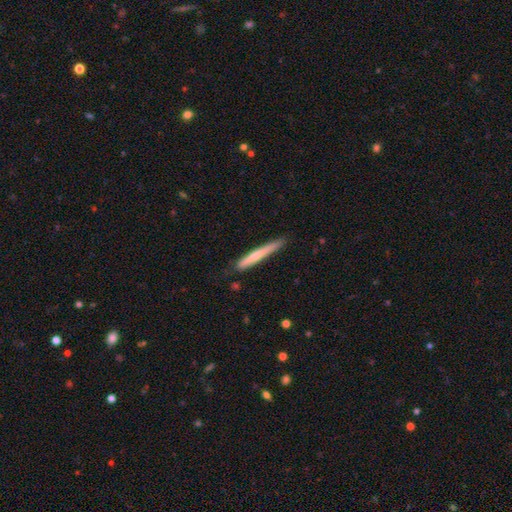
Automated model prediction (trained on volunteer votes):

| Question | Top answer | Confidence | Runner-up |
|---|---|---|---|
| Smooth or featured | smooth | 63% | featured or disk (32%) |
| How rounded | cigar-shaped | 97% | in between (2%) |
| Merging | none | 80% | minor disturbance (16%) |